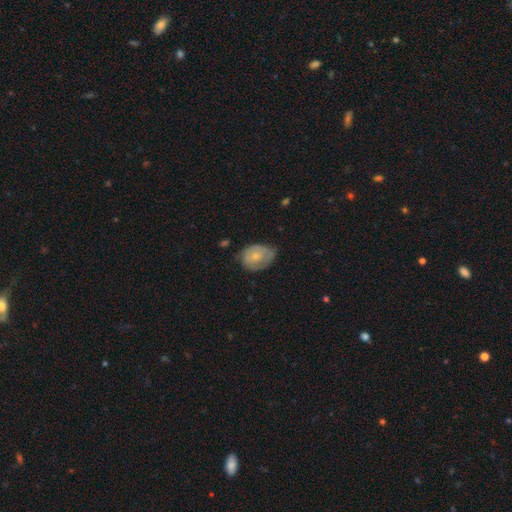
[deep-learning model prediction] Overall: smooth (54%; featured or disk 39%). How rounded: in between (62%; round 37%). Merging: none (52%; minor disturbance 35%).